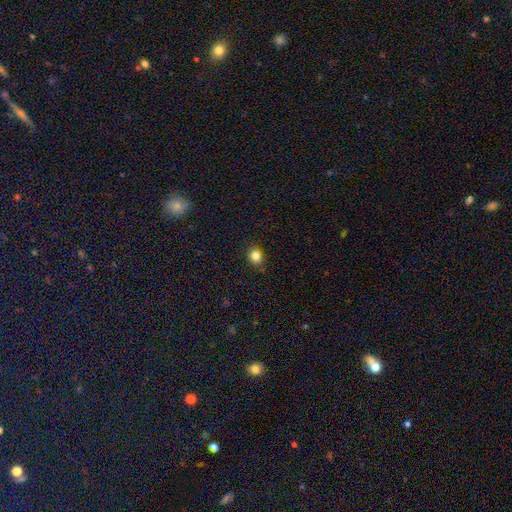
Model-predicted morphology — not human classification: A smooth galaxy with no disk features (83%) that is round (70%).

Vote fractions:
- Smooth or featured? smooth: 83% / star or artifact: 12% / featured or disk: 5%
- How rounded? round: 70% / in between: 29% / cigar-shaped: 1%
- Merging? none: 88% / minor disturbance: 9% / major disturbance: 2% / merger: 1%